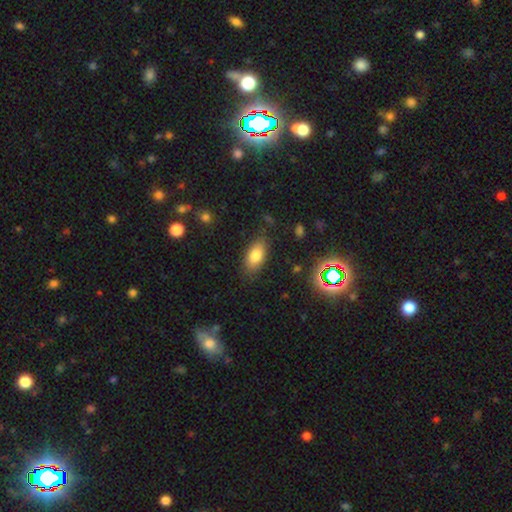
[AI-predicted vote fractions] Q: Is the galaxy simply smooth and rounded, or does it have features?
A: smooth — 78%.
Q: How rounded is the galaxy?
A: in between — 90%.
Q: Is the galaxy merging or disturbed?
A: none — 82%.